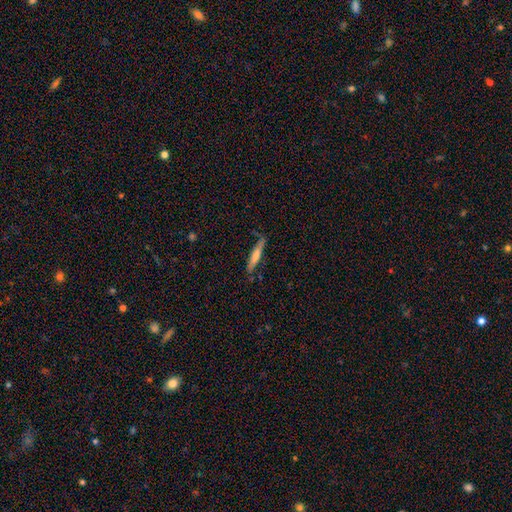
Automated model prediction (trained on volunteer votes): A smooth galaxy with no disk features (63%) that is cigar-shaped (90%). Merging: none (75%).